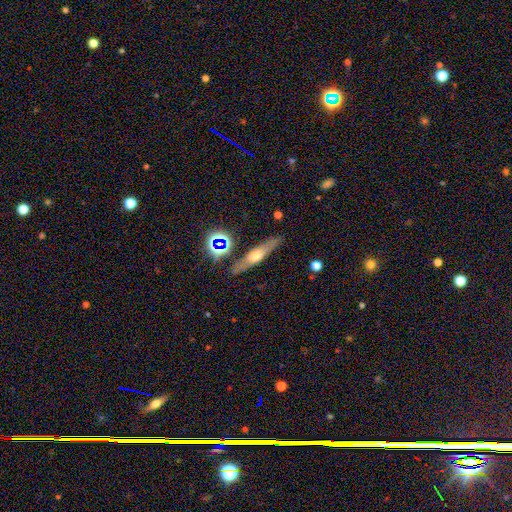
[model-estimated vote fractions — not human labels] Smooth or featured: featured or disk — 53% (smooth — 36%)
Edge-on disk: yes — 87% (no — 13%)
Merging: none — 84% (minor disturbance — 10%)